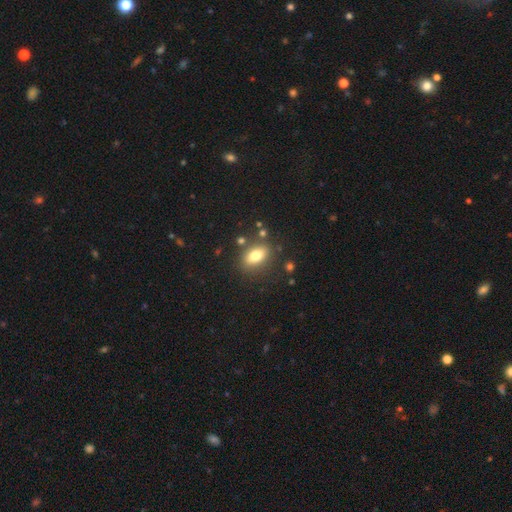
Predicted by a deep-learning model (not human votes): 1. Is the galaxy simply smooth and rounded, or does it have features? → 77% smooth, 14% featured or disk, 9% star or artifact.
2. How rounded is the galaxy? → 83% in between, 14% round, 4% cigar-shaped.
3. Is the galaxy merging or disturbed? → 80% none, 12% minor disturbance, 5% merger, 4% major disturbance.